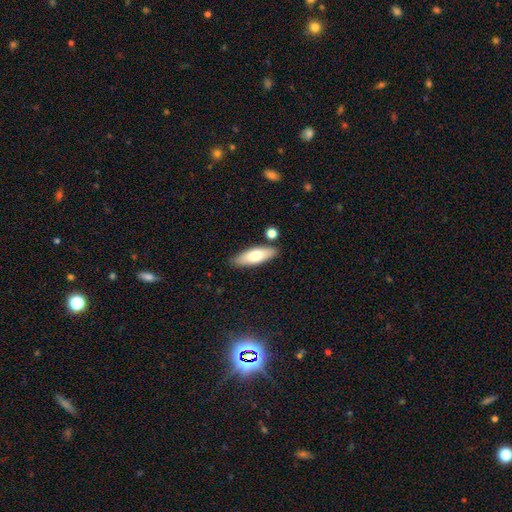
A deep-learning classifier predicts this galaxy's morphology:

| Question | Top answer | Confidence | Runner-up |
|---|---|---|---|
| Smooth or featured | smooth | 72% | featured or disk (22%) |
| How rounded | in between | 60% | cigar-shaped (38%) |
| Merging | none | 82% | minor disturbance (11%) |